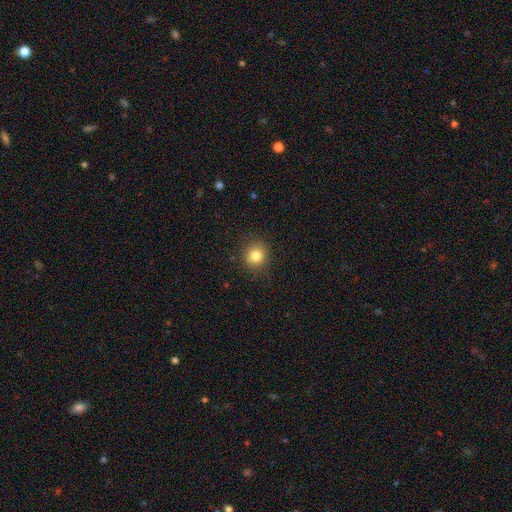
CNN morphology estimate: type=smooth (82%); roundness=round (85%); merging=none (87%).